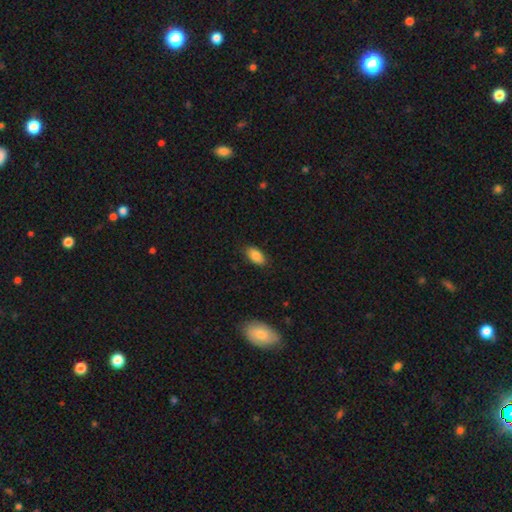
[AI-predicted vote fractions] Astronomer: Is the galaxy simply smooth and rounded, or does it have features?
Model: smooth — 84%.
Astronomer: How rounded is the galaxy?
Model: in between — 92%.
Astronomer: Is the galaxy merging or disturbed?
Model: none — 84%.